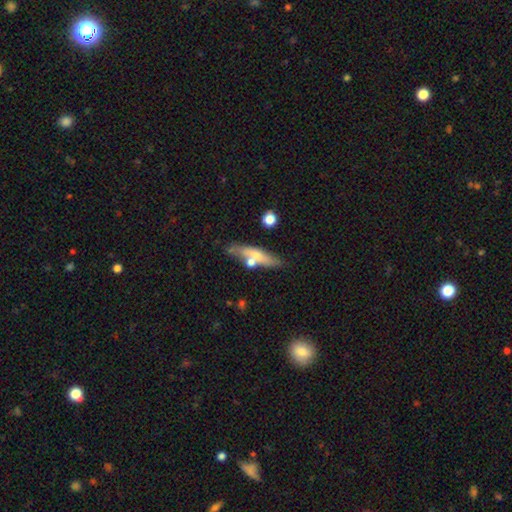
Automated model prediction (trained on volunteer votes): A smooth galaxy with no disk features (53%) that is cigar-shaped (67%).

Vote fractions:
- Smooth or featured? smooth: 53% / featured or disk: 40% / star or artifact: 7%
- How rounded? cigar-shaped: 67% / in between: 29% / round: 4%
- Merging? none: 60% / minor disturbance: 18% / merger: 16% / major disturbance: 6%